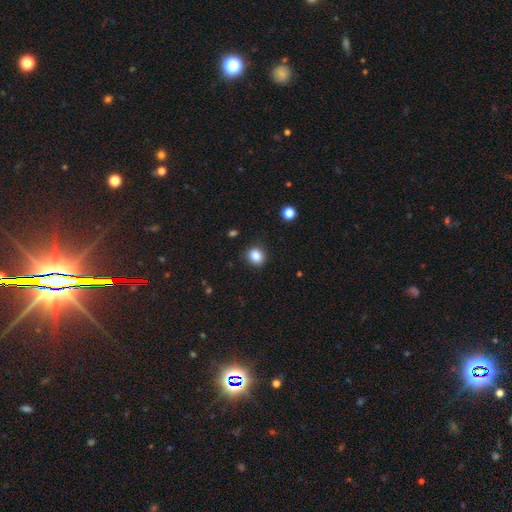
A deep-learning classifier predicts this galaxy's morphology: A smooth galaxy with no disk features (86%) that is round (71%). Merging: none (88%).